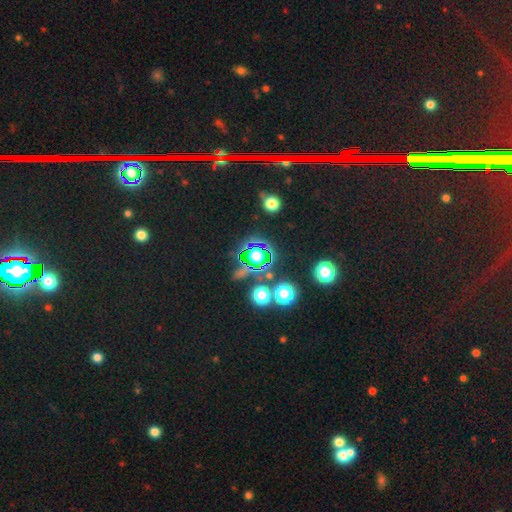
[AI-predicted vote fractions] This is possibly a star or artifact rather than a galaxy (55%).